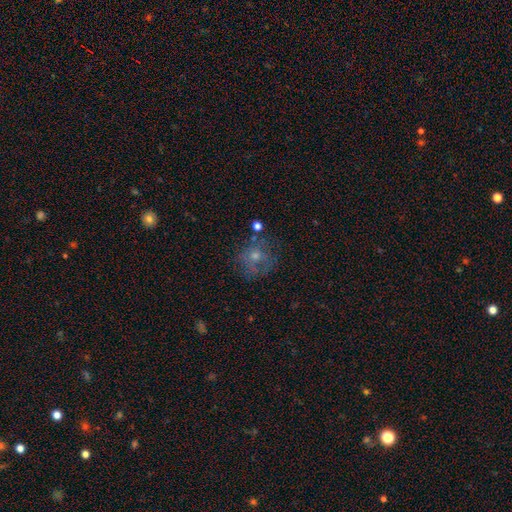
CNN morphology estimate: The model was most divided on "smooth or featured": smooth: 45%, featured or disk: 35%, star or artifact: 20%. More confident: merging — none (63%).